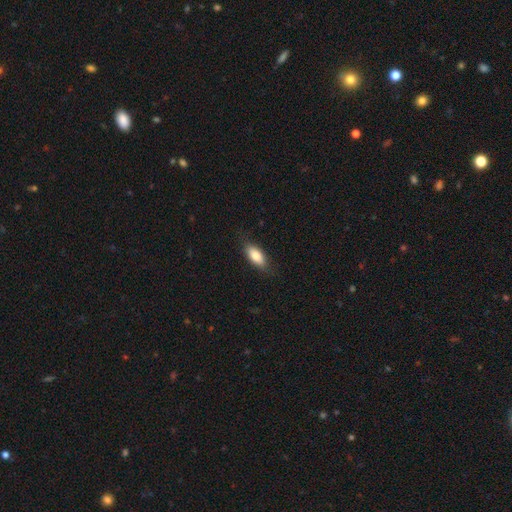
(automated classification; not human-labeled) A smooth galaxy with no disk features (81%) that is in between round and cigar-shaped (84%).

Vote fractions:
- Smooth or featured? smooth: 81% / featured or disk: 12% / star or artifact: 6%
- How rounded? in between: 84% / cigar-shaped: 13% / round: 3%
- Merging? none: 82% / minor disturbance: 14% / major disturbance: 3% / merger: 1%